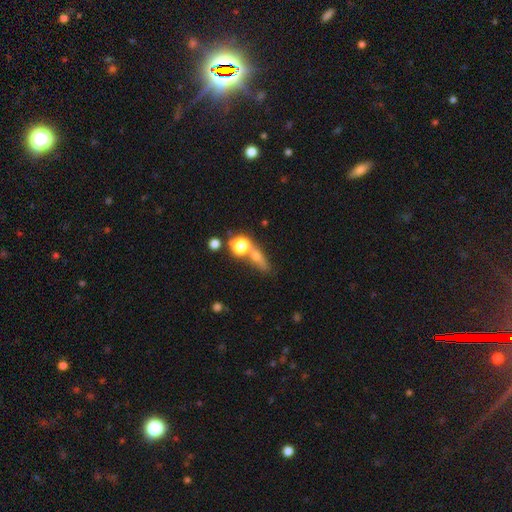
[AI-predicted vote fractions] Smooth or featured? Predicted: smooth (p=0.51). How rounded? Predicted: round (p=0.38). Merging? Predicted: none (p=0.49).